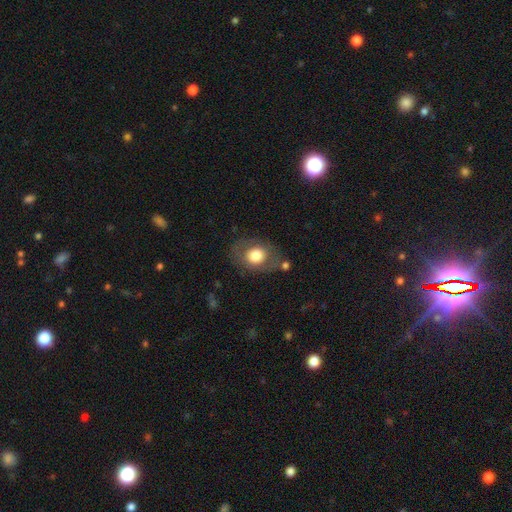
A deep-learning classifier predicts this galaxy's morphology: type=smooth (70%); roundness=in between (55%); merging=none (74%).